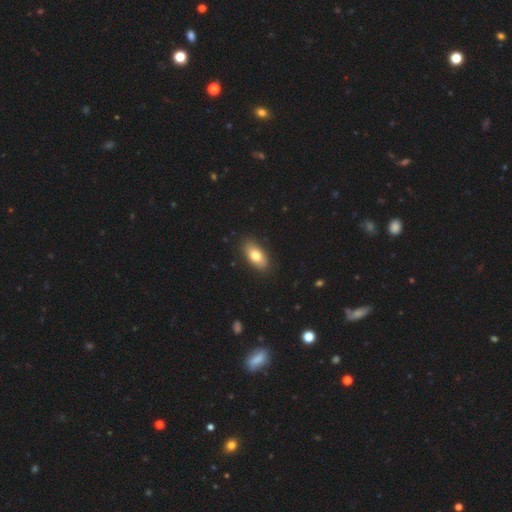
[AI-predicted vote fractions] This appears to be a smooth galaxy with no disk features (77%) that is in between round and cigar-shaped (91%). Merging: none (87%).